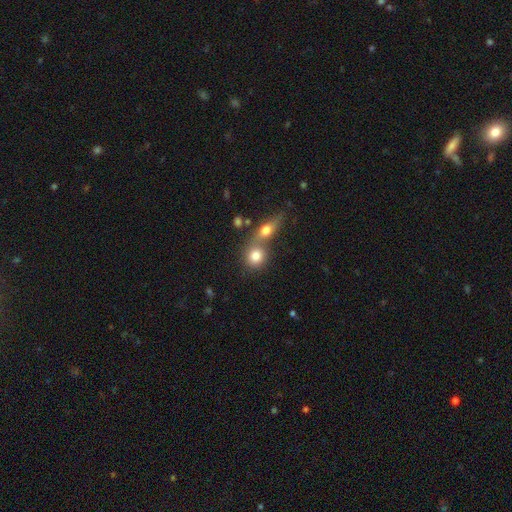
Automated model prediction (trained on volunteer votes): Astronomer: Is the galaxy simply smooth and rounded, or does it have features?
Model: smooth — 79%.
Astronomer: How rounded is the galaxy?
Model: round — 76%.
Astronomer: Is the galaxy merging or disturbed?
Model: merger — 52% (runner-up: none, 37%).